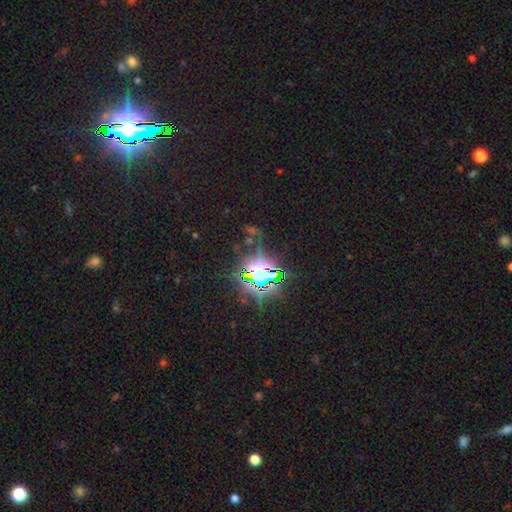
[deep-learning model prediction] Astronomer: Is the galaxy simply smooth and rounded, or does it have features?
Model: star or artifact — 86%.